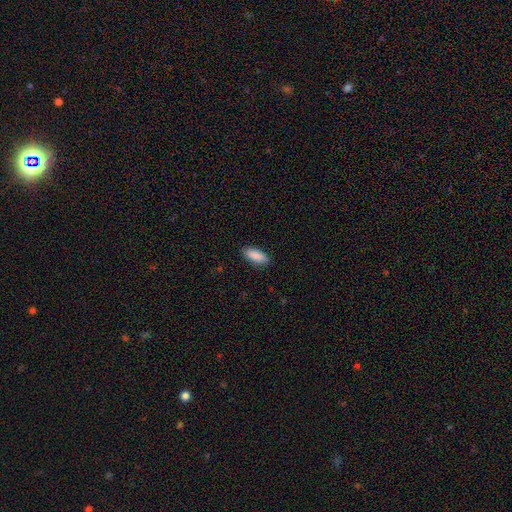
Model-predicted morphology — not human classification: This appears to be a smooth galaxy with no disk features (90%) that is in between round and cigar-shaped (79%). Merging: none (89%).